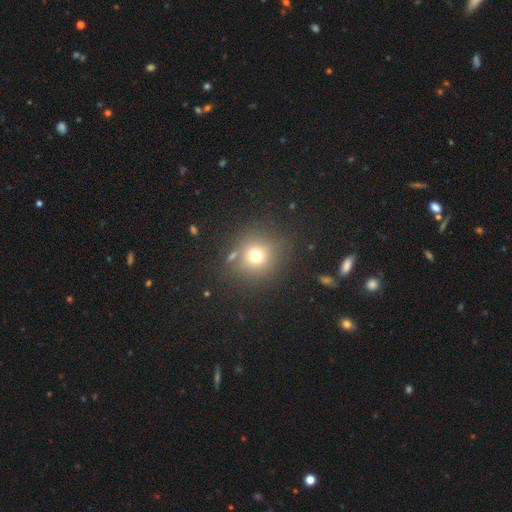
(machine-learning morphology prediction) Smooth or featured? smooth (70%)
How rounded? round (89%)
Merging? none (79%)